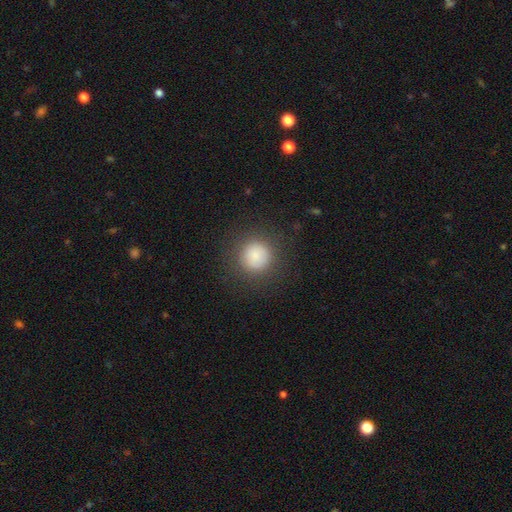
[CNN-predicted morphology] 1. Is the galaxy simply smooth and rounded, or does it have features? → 85% smooth, 10% star or artifact, 6% featured or disk.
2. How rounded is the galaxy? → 95% round, 5% in between, 1% cigar-shaped.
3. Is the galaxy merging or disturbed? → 87% none, 8% minor disturbance, 4% major disturbance, 1% merger.